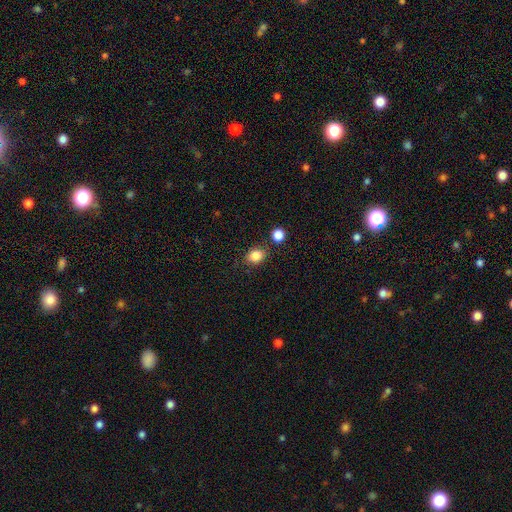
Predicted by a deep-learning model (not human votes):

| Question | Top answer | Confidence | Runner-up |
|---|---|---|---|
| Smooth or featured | smooth | 84% | star or artifact (11%) |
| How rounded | in between | 51% | round (48%) |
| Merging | none | 78% | minor disturbance (12%) |